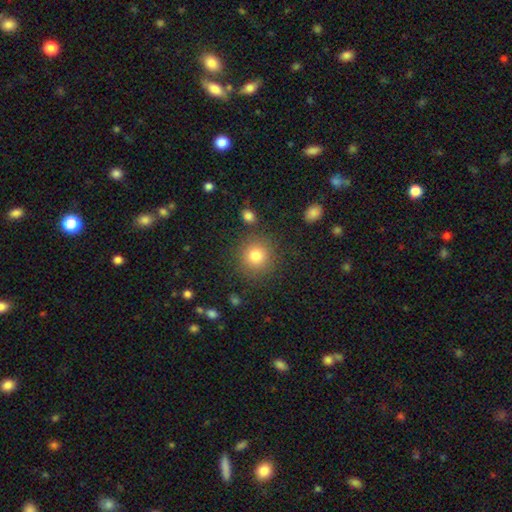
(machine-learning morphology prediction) Smooth or featured?
  - smooth: 80% *
  - star or artifact: 12%
  - featured or disk: 8%
How rounded?
  - round: 91% *
  - in between: 8%
  - cigar-shaped: 1%
Merging?
  - none: 85% *
  - minor disturbance: 8%
  - major disturbance: 4%
  - merger: 3%